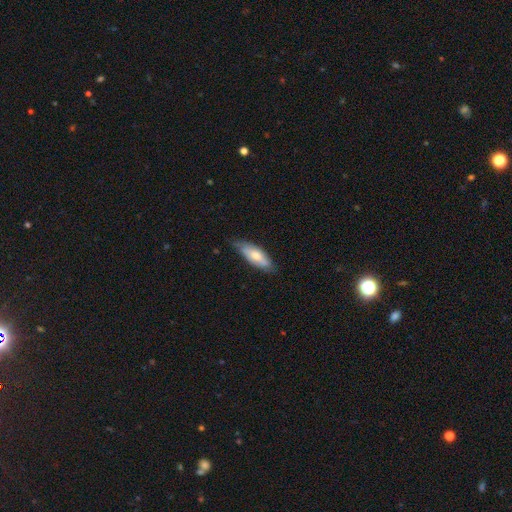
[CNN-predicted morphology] smooth_or_featured: smooth (p=0.64) [alt: featured or disk p=0.30]
how_rounded: in between (p=0.64) [alt: cigar-shaped p=0.34]
merging: none (p=0.66) [alt: minor disturbance p=0.28]